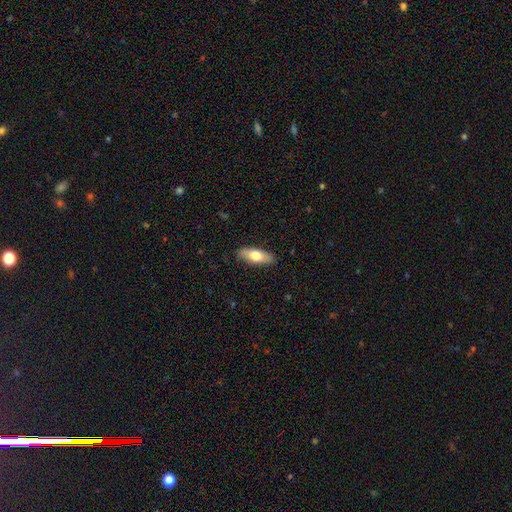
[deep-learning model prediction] Smooth or featured: smooth — 68% (featured or disk — 27%)
How rounded: in between — 69% (cigar-shaped — 28%)
Merging: none — 85% (minor disturbance — 12%)